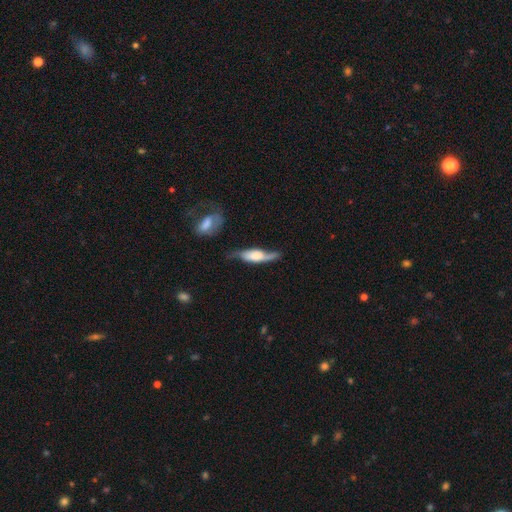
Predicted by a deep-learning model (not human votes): This appears to be a featured or disk galaxy (57%) viewed edge-on (52%). Merging: none (50%).